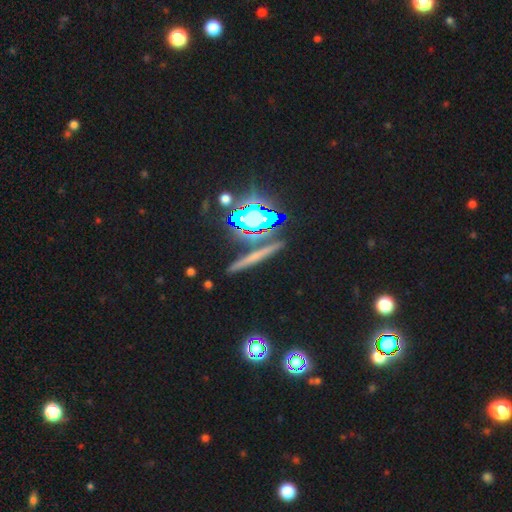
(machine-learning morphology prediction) This appears to be a featured or disk galaxy (38%). Merging: none (83%).